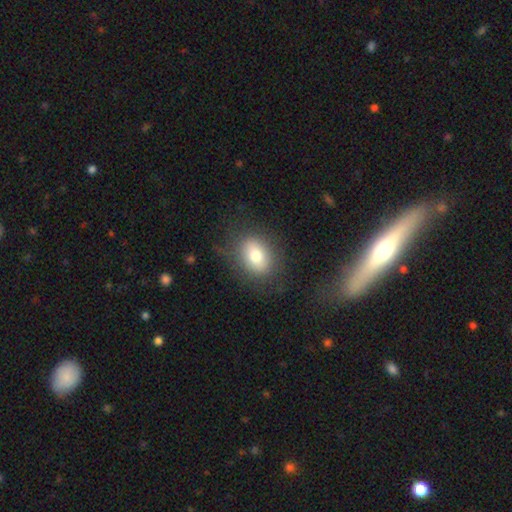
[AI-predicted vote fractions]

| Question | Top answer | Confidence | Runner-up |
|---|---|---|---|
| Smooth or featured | smooth | 73% | featured or disk (17%) |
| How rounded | in between | 61% | round (38%) |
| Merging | none | 76% | minor disturbance (14%) |